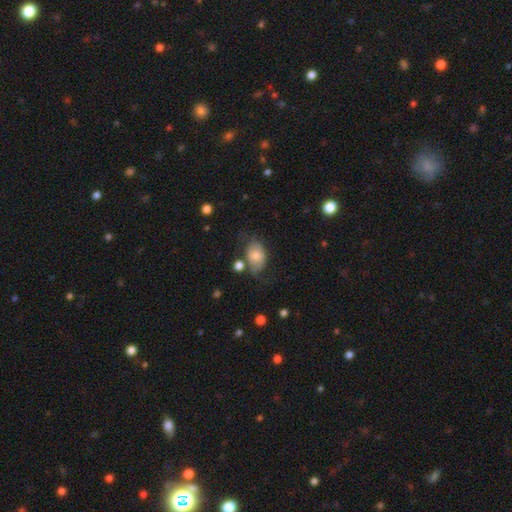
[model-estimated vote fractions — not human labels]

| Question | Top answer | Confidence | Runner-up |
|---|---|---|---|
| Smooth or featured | smooth | 71% | featured or disk (21%) |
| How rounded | in between | 82% | round (17%) |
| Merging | none | 49% | minor disturbance (28%) |